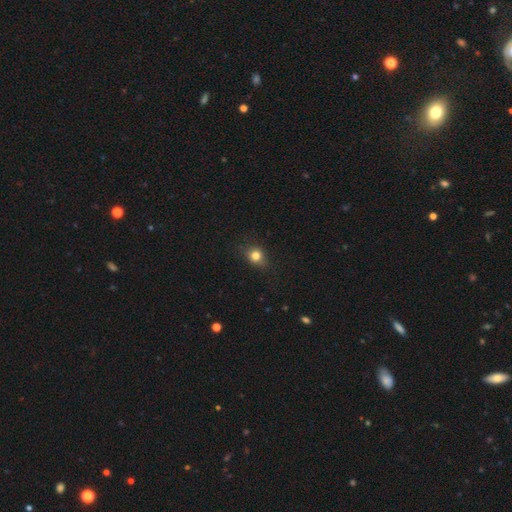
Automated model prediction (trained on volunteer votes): Overall: smooth (79%). How rounded: round (68%; in between 30%). Merging: none (80%).